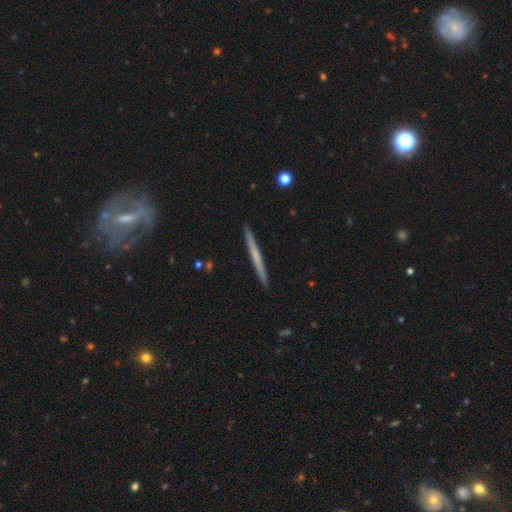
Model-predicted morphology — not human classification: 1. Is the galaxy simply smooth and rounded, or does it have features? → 50% featured or disk, 44% smooth, 6% star or artifact.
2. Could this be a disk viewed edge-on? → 97% yes, 3% no.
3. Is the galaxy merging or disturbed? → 92% none, 5% minor disturbance, 1% major disturbance, 1% merger.